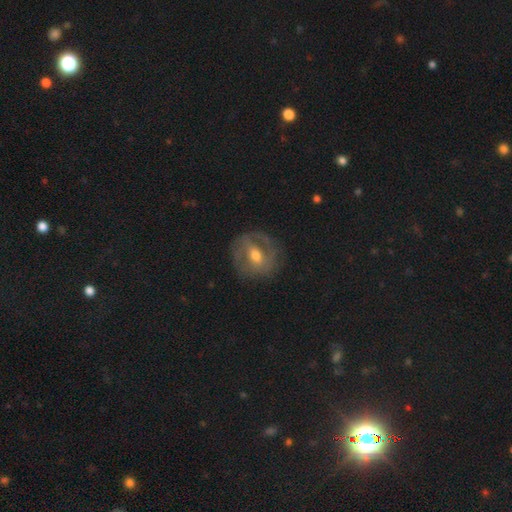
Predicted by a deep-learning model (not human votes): Smooth or featured: featured or disk — 69% (smooth — 25%)
Edge-on disk: no — 95% (yes — 5%)
Bar: weak — 46% (strong — 29%)
Spiral arms: yes — 69% (no — 31%)
Bulge size: moderate — 72% (small — 21%)
Merging: none — 76% (minor disturbance — 16%)